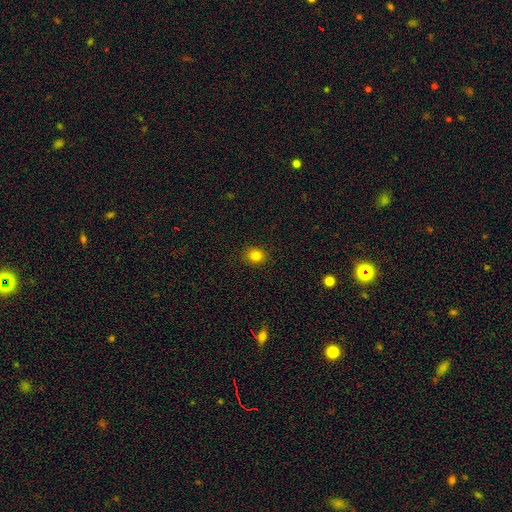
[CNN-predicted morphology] smooth 82%, star or artifact 13%, featured or disk 5%. Down the decision tree: how rounded — round (71%); merging — none (90%).